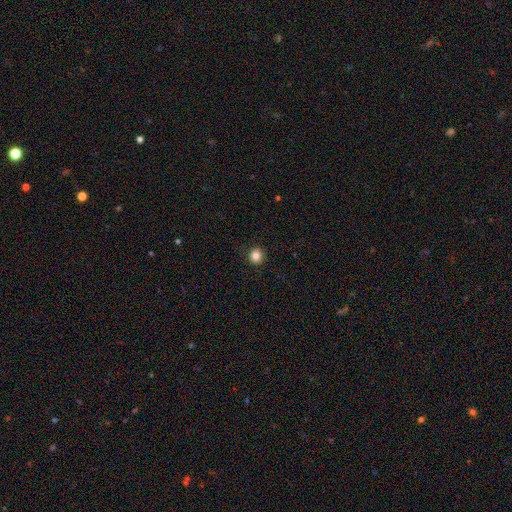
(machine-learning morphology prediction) This is clearly a smooth galaxy (84%). How rounded: clearly round (91%). Merging: clearly none (92%).